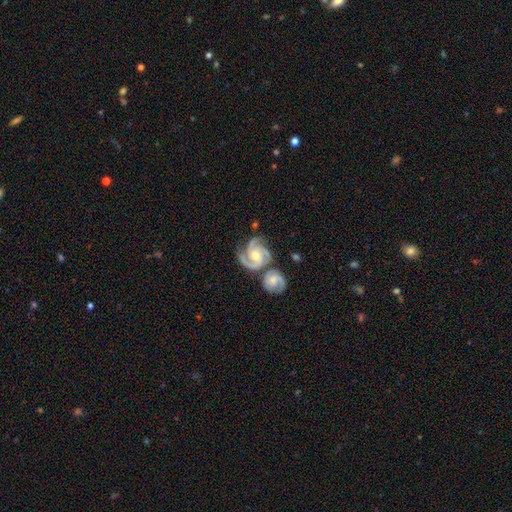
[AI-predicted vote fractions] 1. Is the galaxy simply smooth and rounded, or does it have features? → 92% featured or disk, 4% star or artifact, 4% smooth.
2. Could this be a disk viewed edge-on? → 98% no, 2% yes.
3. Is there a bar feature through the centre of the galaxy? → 61% no, 28% weak, 11% strong.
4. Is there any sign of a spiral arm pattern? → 99% yes, 1% no.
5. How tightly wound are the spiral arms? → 55% tight, 40% medium, 5% loose.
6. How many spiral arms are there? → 62% 3, 23% 2, 6% 4, 4% can't tell, 3% 1, 3% more than 4.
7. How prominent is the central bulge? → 59% moderate, 38% small, 2% large, 1% none, 1% dominant.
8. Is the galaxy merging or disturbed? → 53% none, 24% merger, 16% minor disturbance, 7% major disturbance.